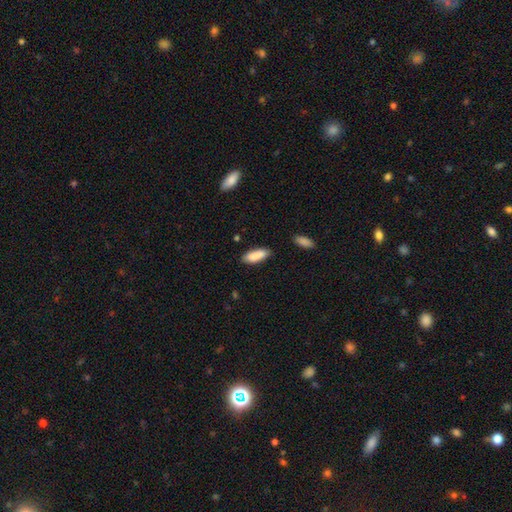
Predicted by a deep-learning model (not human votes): The model was most divided on "how rounded": in between: 69%, cigar-shaped: 29%, round: 2%. More confident: smooth or featured — smooth (88%); merging — none (81%).